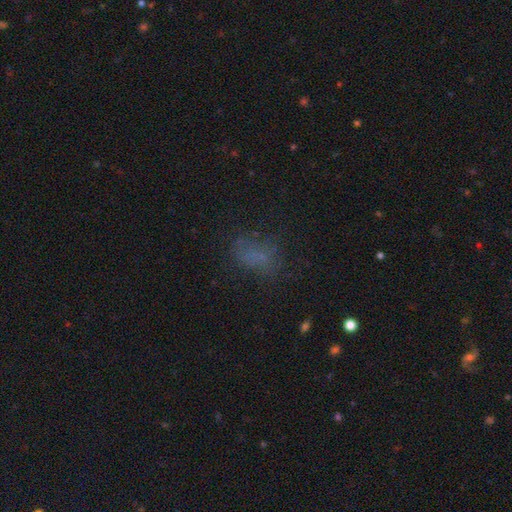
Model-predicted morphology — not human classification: This is likely a smooth galaxy (62%). How rounded: likely in between (80%). Merging: likely none (62%).